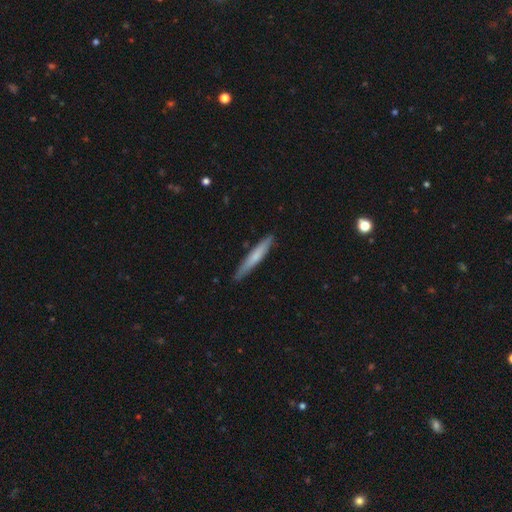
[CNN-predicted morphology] Smooth or featured? smooth (65%)
How rounded? cigar-shaped (95%)
Merging? none (88%)